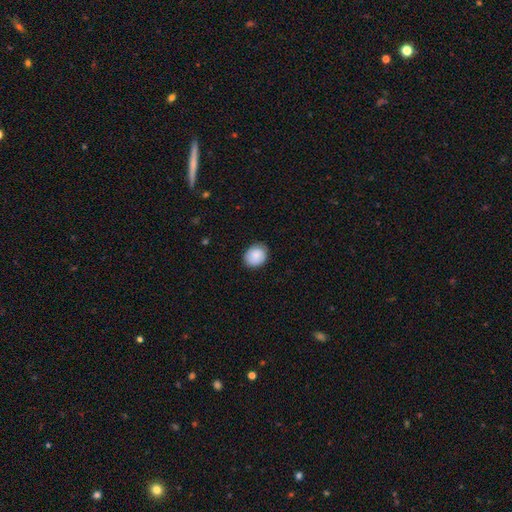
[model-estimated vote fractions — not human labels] smooth 87%, star or artifact 7%, featured or disk 6%. Down the decision tree: how rounded — round (62%); merging — none (83%).